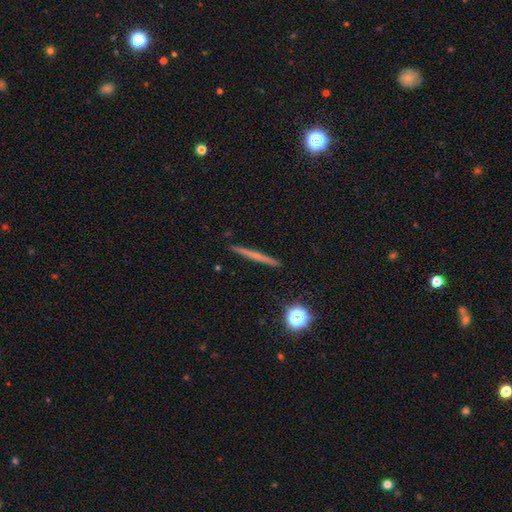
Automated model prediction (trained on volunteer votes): featured or disk 54%, smooth 37%, star or artifact 9%. Down the decision tree: edge-on disk — yes (98%); edge-on bulge — none (74%); merging — none (92%).